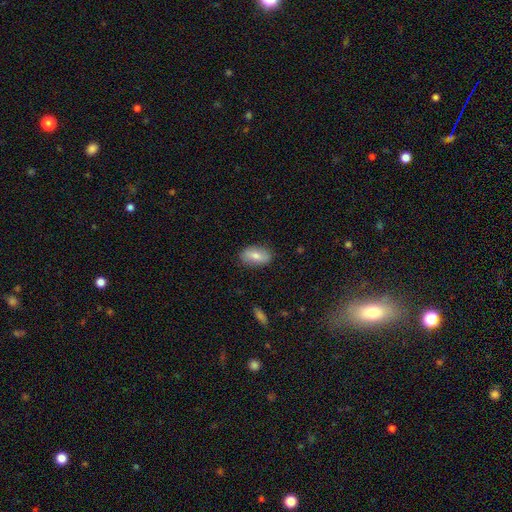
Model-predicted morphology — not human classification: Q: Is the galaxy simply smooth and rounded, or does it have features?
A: smooth — 70%.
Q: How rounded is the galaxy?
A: in between — 90%.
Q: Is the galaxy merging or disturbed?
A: none — 86%.